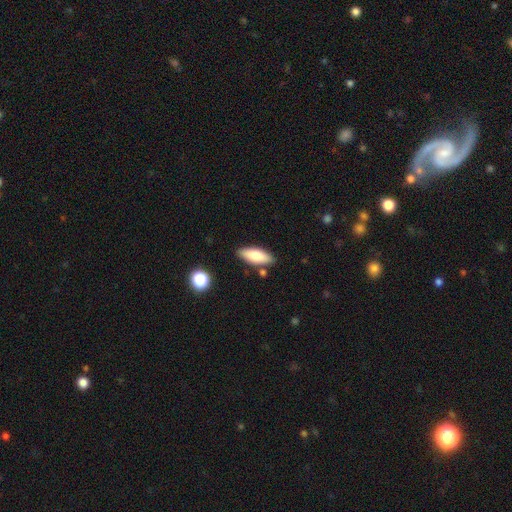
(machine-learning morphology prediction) Smooth or featured: smooth — 80% (featured or disk — 13%)
How rounded: in between — 72% (cigar-shaped — 26%)
Merging: none — 82% (minor disturbance — 11%)